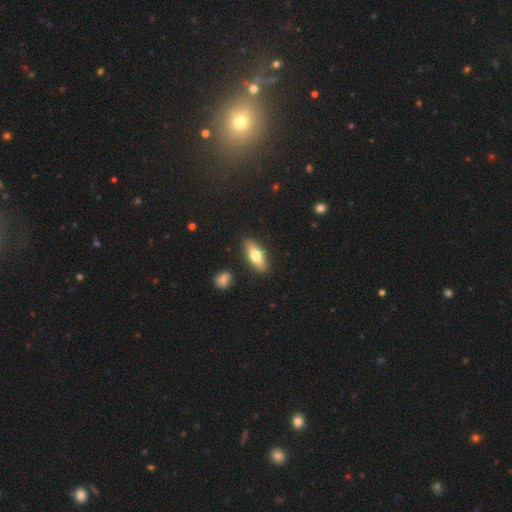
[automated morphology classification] This appears to be a smooth galaxy with no disk features (70%) that is in between round and cigar-shaped (71%). Merging: none (87%).